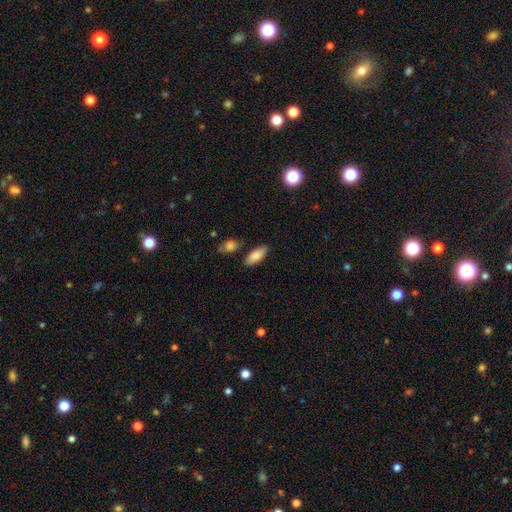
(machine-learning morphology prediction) Overall: smooth (86%). How rounded: in between (83%). Merging: none (82%).